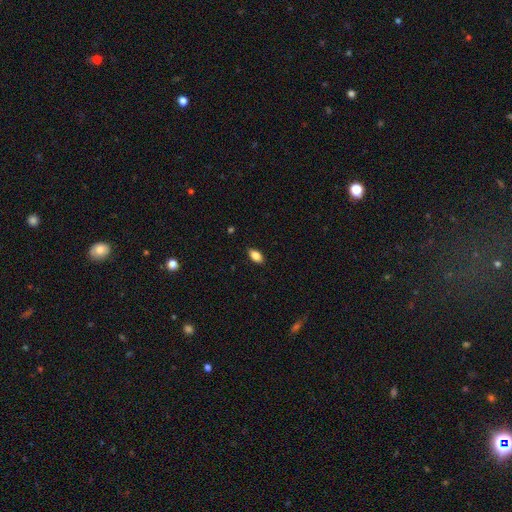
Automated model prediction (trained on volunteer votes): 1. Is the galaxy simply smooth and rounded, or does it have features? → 86% smooth, 8% star or artifact, 6% featured or disk.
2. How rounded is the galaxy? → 91% in between, 6% round, 4% cigar-shaped.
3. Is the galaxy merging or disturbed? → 87% none, 10% minor disturbance, 2% major disturbance, 1% merger.